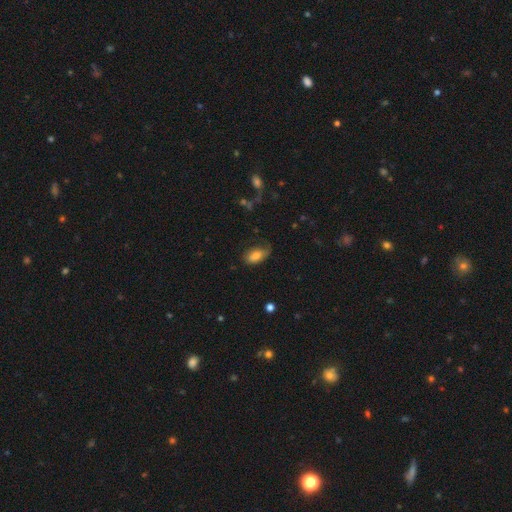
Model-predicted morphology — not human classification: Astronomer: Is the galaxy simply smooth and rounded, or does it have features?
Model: smooth — 74%.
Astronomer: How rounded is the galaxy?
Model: in between — 91%.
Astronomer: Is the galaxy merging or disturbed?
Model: none — 56%.